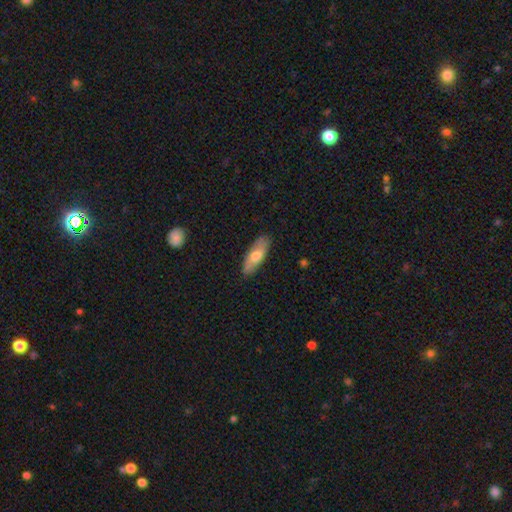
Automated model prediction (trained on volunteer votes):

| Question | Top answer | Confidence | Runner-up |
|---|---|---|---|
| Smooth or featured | smooth | 66% | featured or disk (29%) |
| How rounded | in between | 63% | cigar-shaped (34%) |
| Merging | none | 86% | minor disturbance (11%) |